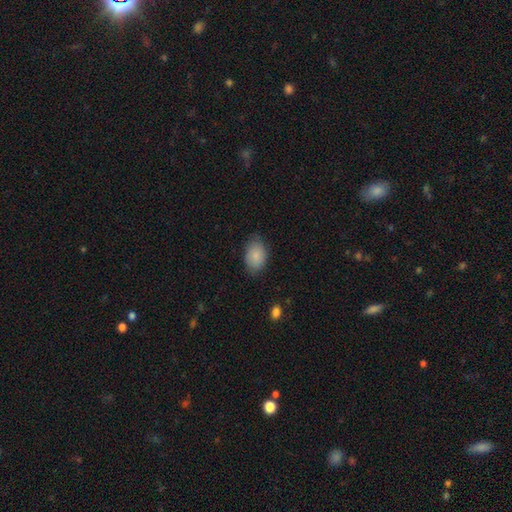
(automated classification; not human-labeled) Smooth or featured: smooth — 87% (star or artifact — 7%)
How rounded: in between — 84% (round — 15%)
Merging: none — 79% (minor disturbance — 16%)